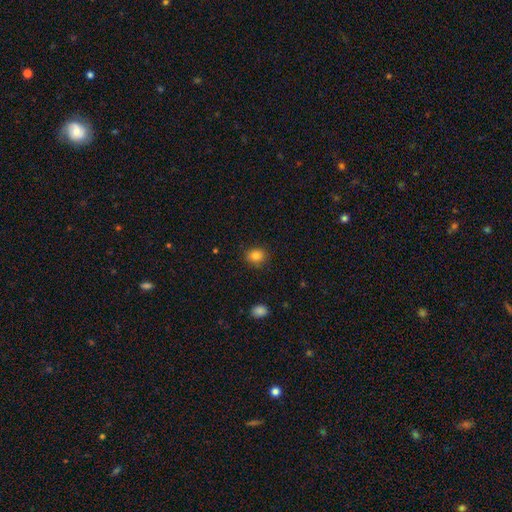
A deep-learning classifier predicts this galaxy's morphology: Q: Smooth or featured?
A: smooth (85%); runner-up: star or artifact (11%)
Q: How rounded?
A: round (67%); runner-up: in between (32%)
Q: Merging?
A: none (87%); runner-up: minor disturbance (10%)